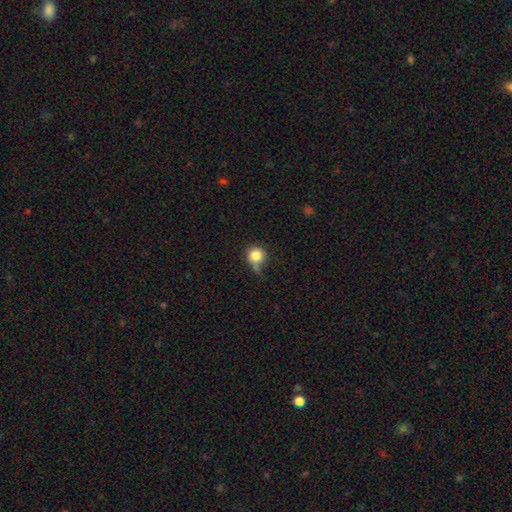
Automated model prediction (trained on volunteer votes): Overall: smooth (82%). How rounded: round (88%). Merging: none (41%; minor disturbance 34%).